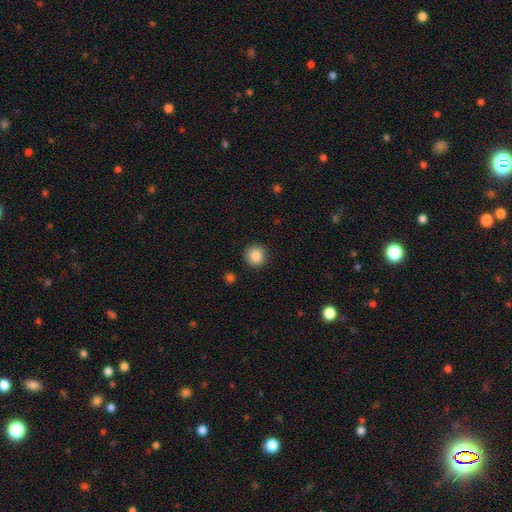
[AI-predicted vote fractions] Smooth or featured? smooth (87%)
How rounded? round (93%)
Merging? none (91%)